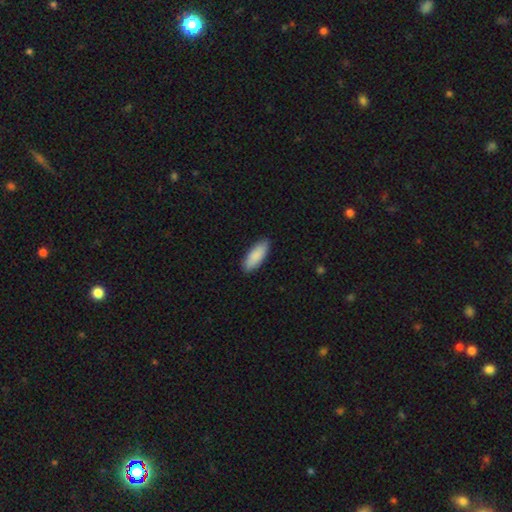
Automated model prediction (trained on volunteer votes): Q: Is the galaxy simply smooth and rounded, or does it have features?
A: smooth — 89%.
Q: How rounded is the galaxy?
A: in between — 71%.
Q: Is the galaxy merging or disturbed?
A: none — 88%.